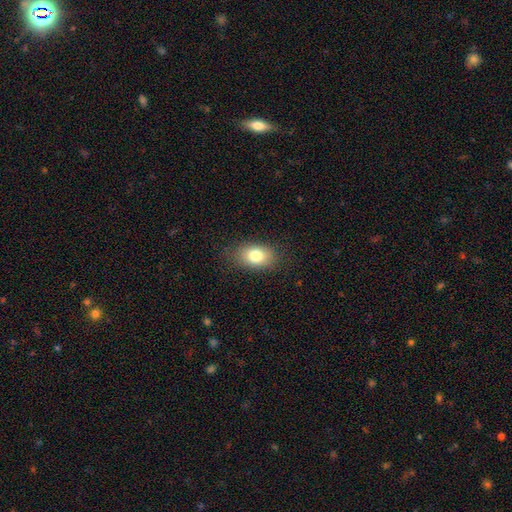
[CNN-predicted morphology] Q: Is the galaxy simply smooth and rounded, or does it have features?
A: smooth — 80%.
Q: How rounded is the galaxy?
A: in between — 82%.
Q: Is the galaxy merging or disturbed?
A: none — 84%.